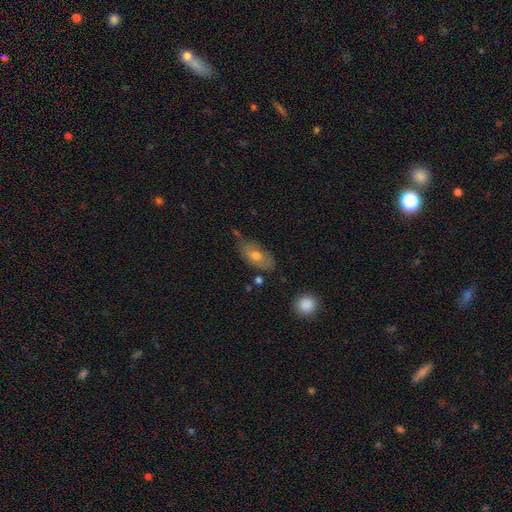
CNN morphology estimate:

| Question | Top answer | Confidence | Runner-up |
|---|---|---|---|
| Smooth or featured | smooth | 63% | featured or disk (29%) |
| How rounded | in between | 88% | cigar-shaped (7%) |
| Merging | none | 62% | minor disturbance (25%) |